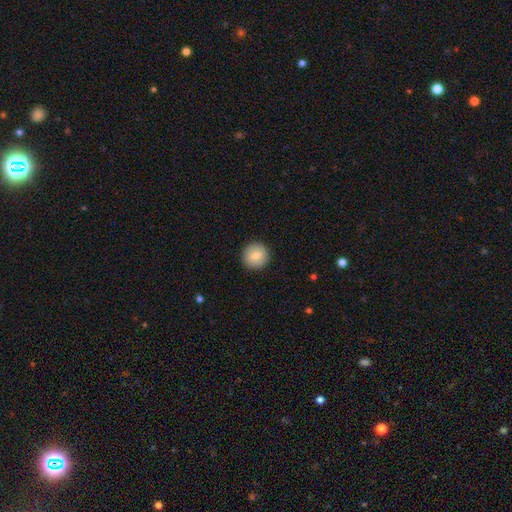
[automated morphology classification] A smooth galaxy with no disk features (73%) that is round (93%). Merging: none (91%).